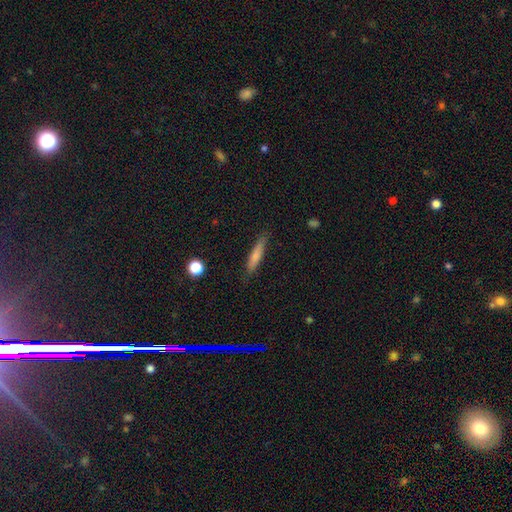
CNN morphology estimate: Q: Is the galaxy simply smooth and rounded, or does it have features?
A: smooth — 73%.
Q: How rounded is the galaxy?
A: cigar-shaped — 88%.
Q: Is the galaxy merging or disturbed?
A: none — 83%.